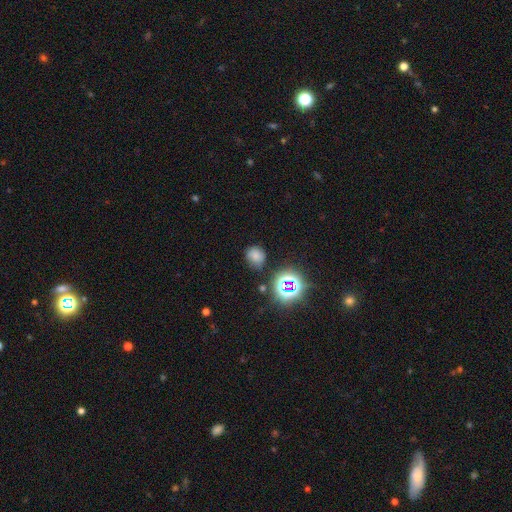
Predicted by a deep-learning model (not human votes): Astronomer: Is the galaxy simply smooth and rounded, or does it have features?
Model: smooth — 68%.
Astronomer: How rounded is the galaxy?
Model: round — 75%.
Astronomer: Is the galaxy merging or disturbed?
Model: none — 73%.